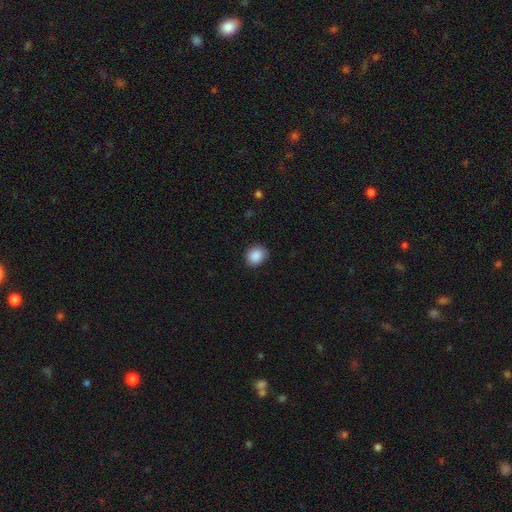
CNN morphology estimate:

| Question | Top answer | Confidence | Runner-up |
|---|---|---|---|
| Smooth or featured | smooth | 89% | star or artifact (8%) |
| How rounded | round | 63% | in between (36%) |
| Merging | none | 84% | minor disturbance (13%) |